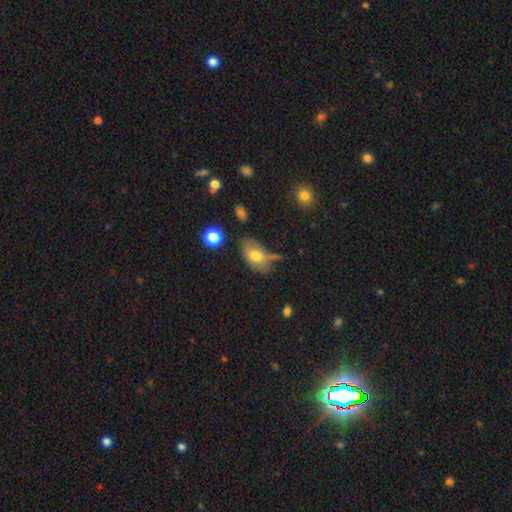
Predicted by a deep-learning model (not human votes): smooth_or_featured: smooth (p=0.68) [alt: featured or disk p=0.24]
how_rounded: in between (p=0.90) [alt: round p=0.07]
merging: none (p=0.44) [alt: minor disturbance p=0.29]